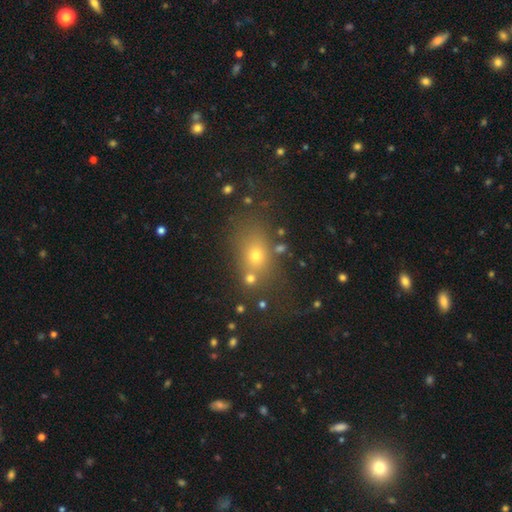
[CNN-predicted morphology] Smooth or featured: smooth — 63% (star or artifact — 22%)
How rounded: in between — 58% (round — 39%)
Merging: none — 67% (minor disturbance — 13%)